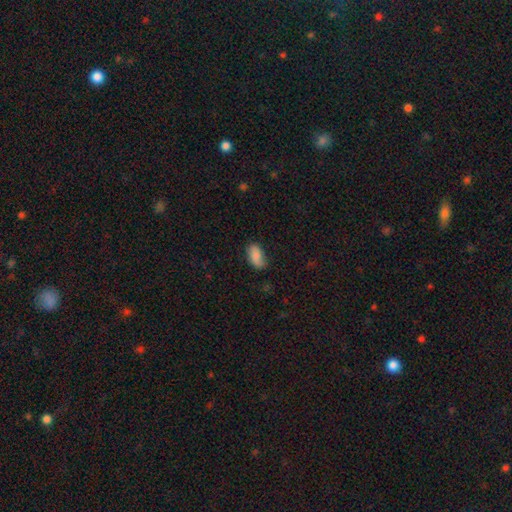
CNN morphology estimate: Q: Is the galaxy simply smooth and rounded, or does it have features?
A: smooth — 84%.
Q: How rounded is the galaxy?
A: in between — 94%.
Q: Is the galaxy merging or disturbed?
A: none — 70%.